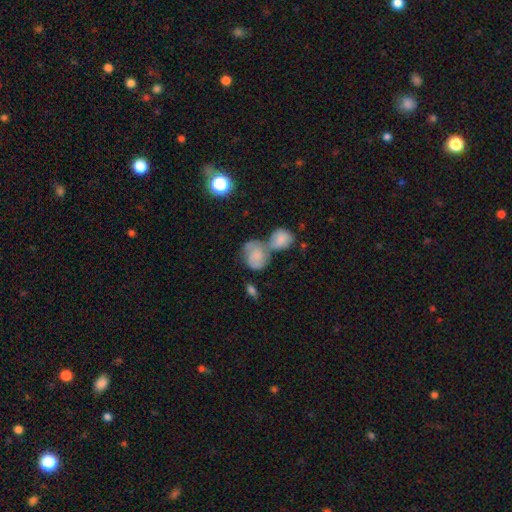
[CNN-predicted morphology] Overall: smooth (66%). How rounded: round (53%; in between 46%). Merging: merger (64%).